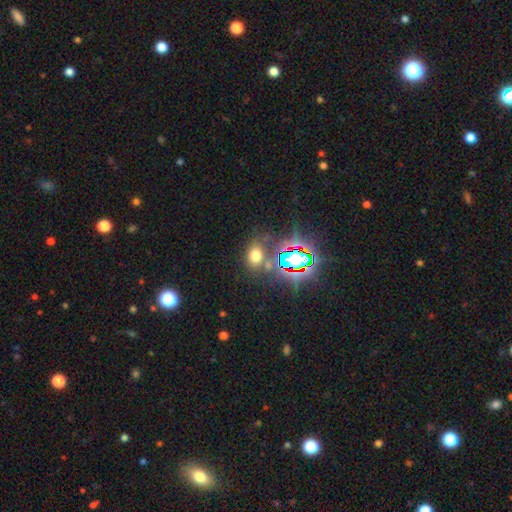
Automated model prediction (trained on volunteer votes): Smooth or featured: smooth — 56% (star or artifact — 34%)
How rounded: in between — 63% (round — 35%)
Merging: none — 69% (minor disturbance — 13%)